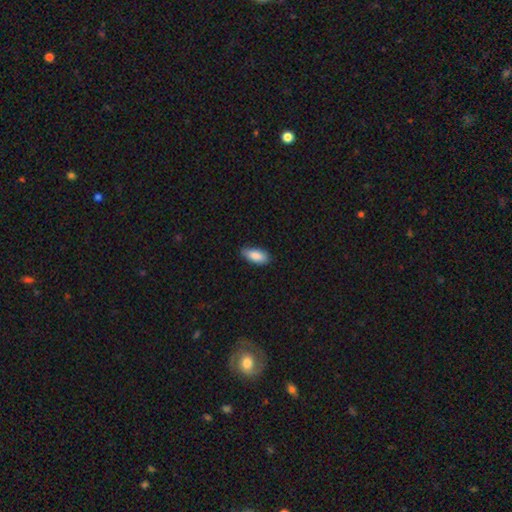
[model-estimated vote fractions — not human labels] Smooth or featured: smooth — 87% (featured or disk — 7%)
How rounded: in between — 86% (cigar-shaped — 12%)
Merging: none — 82% (minor disturbance — 15%)